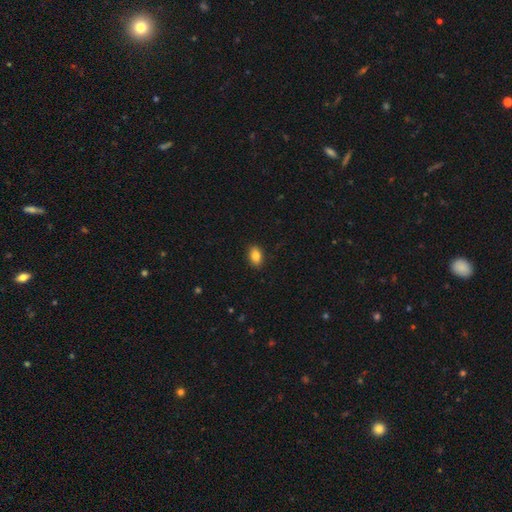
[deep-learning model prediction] smooth-or-featured: smooth: 84% | star or artifact: 9% | featured or disk: 7%
  how-rounded: in between: 85% | round: 13% | cigar-shaped: 2%
  merging: none: 90% | minor disturbance: 8% | major disturbance: 2% | merger: 1%